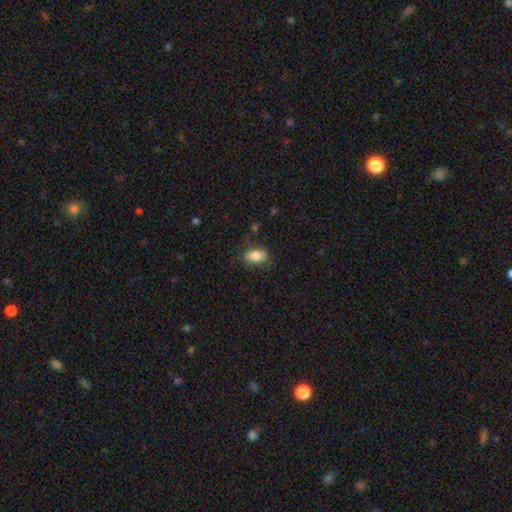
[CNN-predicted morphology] Smooth or featured? Predicted: smooth (p=0.80). How rounded? Predicted: in between (p=0.87). Merging? Predicted: none (p=0.75).